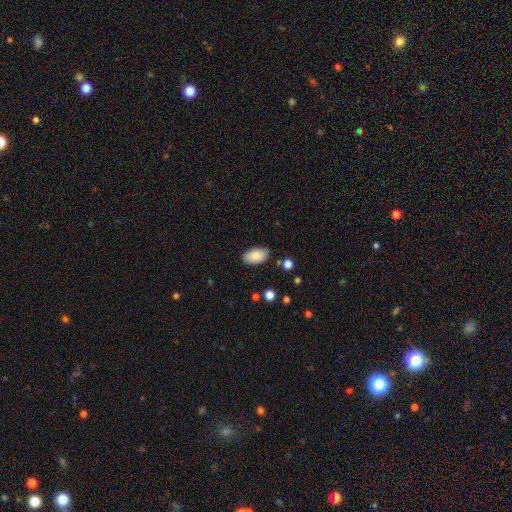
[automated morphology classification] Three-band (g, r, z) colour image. It shows a smooth galaxy with no disk features (87%) that is in between round and cigar-shaped (94%). Merging: none (82%).